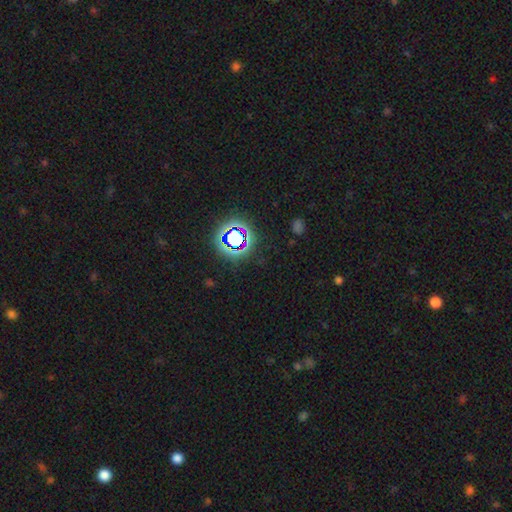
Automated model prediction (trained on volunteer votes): smooth_or_featured: star or artifact (p=0.78) [alt: smooth p=0.15]